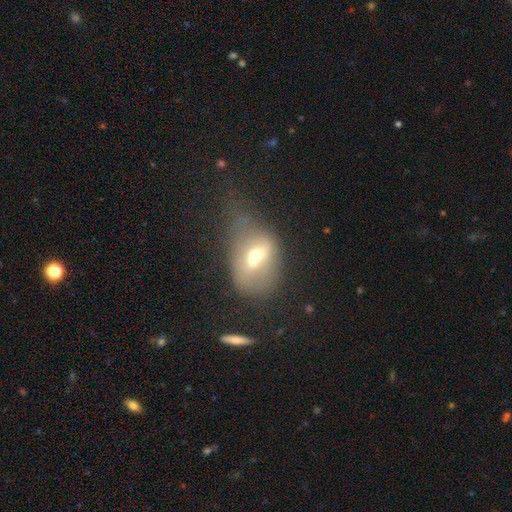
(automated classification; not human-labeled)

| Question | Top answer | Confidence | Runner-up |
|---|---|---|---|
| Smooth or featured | smooth | 52% | featured or disk (35%) |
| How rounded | in between | 67% | round (30%) |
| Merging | merger | 44% | none (20%) |